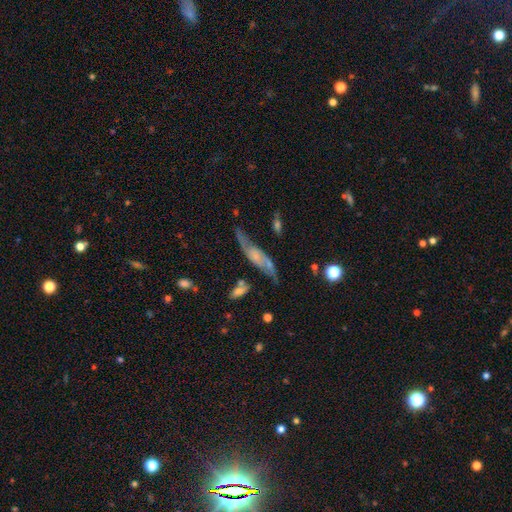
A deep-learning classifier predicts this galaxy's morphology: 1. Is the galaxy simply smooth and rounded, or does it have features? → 73% featured or disk, 20% smooth, 7% star or artifact.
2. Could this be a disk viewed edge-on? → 73% no, 27% yes.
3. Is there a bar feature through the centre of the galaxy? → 61% no, 30% weak, 9% strong.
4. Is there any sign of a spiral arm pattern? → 86% yes, 14% no.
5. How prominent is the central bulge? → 52% small, 24% none, 19% moderate, 3% large, 1% dominant.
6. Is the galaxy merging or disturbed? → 56% none, 24% minor disturbance, 13% major disturbance, 8% merger.